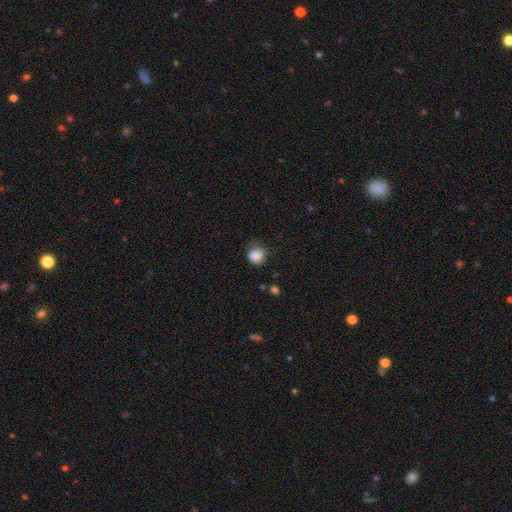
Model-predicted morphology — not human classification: A smooth galaxy with no disk features (84%) that is round (77%).

Vote fractions:
- Smooth or featured? smooth: 84% / star or artifact: 9% / featured or disk: 7%
- How rounded? round: 77% / in between: 22% / cigar-shaped: 1%
- Merging? none: 53% / minor disturbance: 33% / major disturbance: 12% / merger: 3%